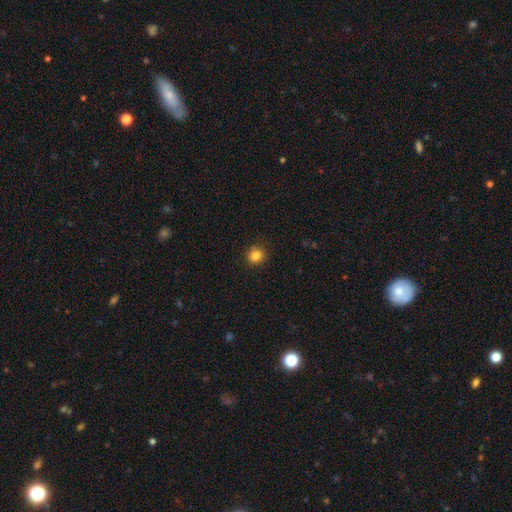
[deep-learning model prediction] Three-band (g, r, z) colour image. It shows a smooth galaxy with no disk features (84%) that is round (87%). Merging: none (90%).